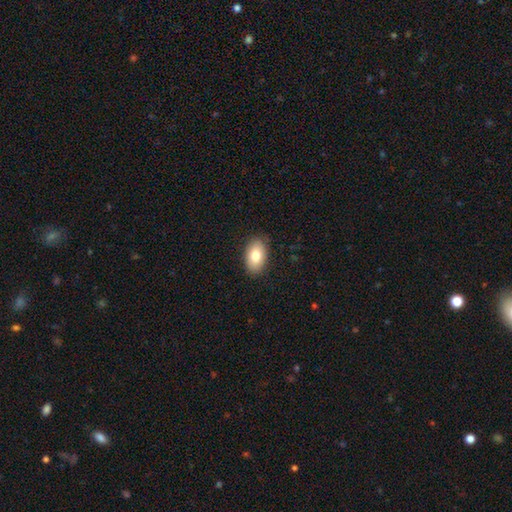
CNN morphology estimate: Smooth or featured? smooth (80%)
How rounded? in between (92%)
Merging? none (87%)